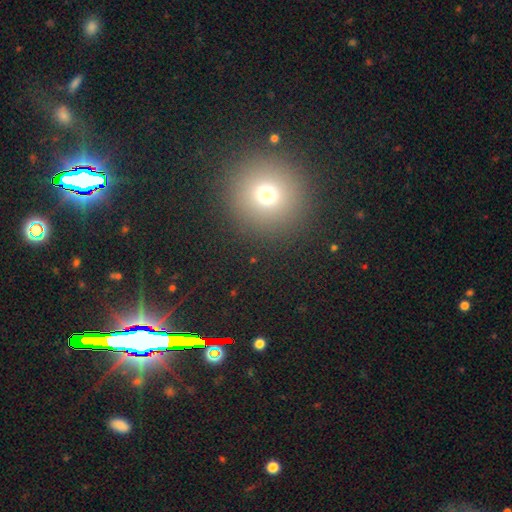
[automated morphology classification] type=smooth (51%); roundness=round (93%); merging=none (91%).